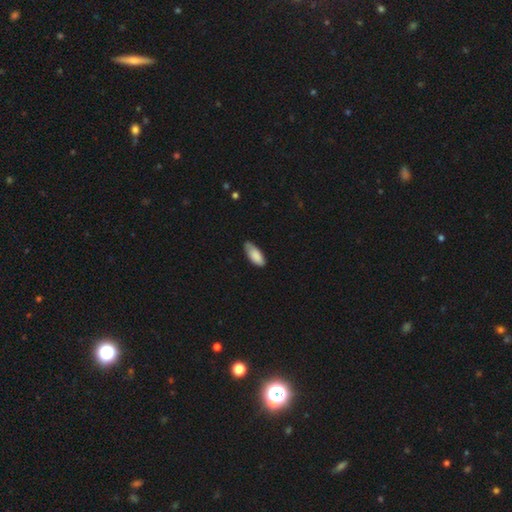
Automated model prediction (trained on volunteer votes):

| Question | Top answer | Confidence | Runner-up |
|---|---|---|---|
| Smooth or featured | smooth | 86% | featured or disk (8%) |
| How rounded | in between | 84% | cigar-shaped (14%) |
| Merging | none | 65% | minor disturbance (30%) |